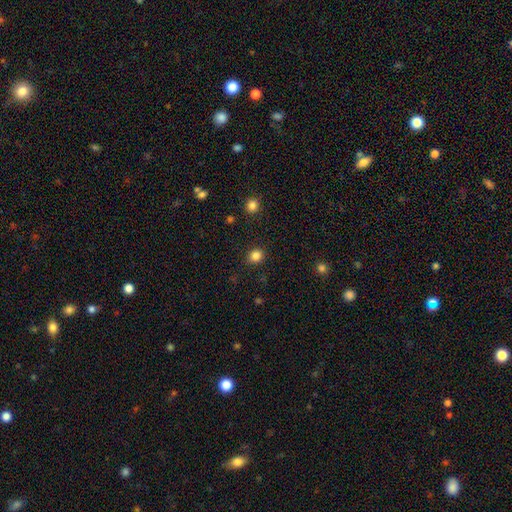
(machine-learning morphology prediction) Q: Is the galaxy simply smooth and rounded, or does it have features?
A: smooth — 84%.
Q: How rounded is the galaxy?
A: round — 78%.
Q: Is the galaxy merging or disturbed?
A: none — 89%.